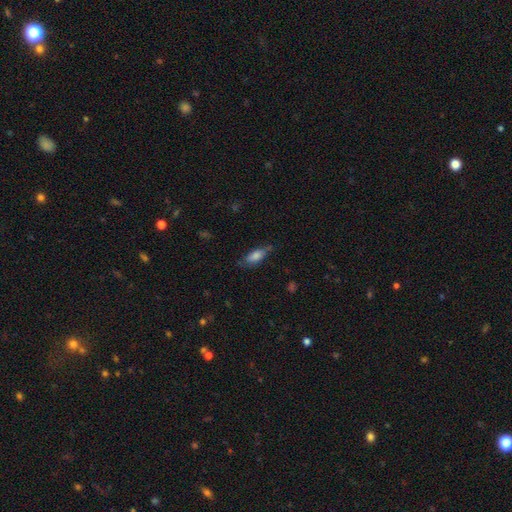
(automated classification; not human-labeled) Overall: smooth (73%). How rounded: in between (76%). Merging: none (59%; minor disturbance 30%).